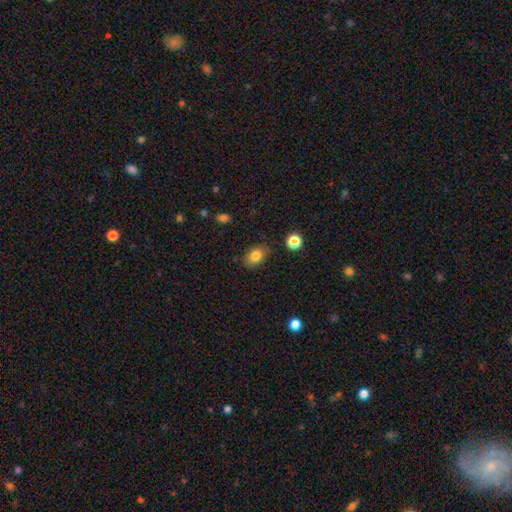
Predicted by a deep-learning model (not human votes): smooth 82%, star or artifact 10%, featured or disk 8%. Down the decision tree: how rounded — in between (73%); merging — none (83%).